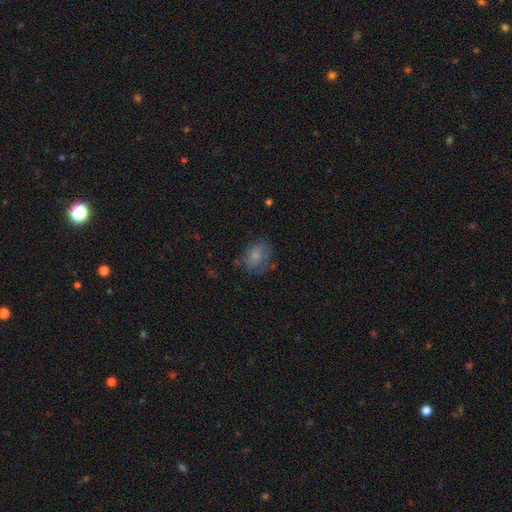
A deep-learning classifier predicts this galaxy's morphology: Q: Smooth or featured?
A: smooth (70%); runner-up: featured or disk (20%)
Q: How rounded?
A: in between (64%); runner-up: round (34%)
Q: Merging?
A: none (55%); runner-up: minor disturbance (26%)